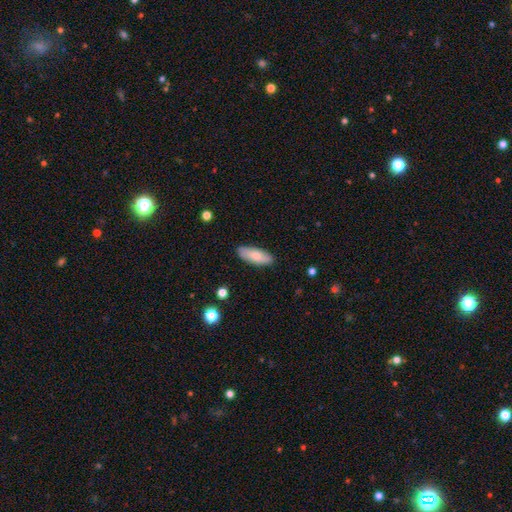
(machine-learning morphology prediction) Q: Smooth or featured?
A: smooth (79%); runner-up: featured or disk (15%)
Q: How rounded?
A: in between (72%); runner-up: cigar-shaped (26%)
Q: Merging?
A: none (86%); runner-up: minor disturbance (10%)